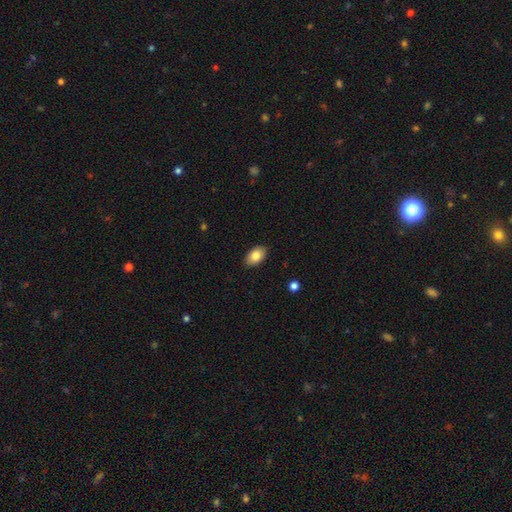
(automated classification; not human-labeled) Smooth or featured? Predicted: smooth (p=0.83). How rounded? Predicted: in between (p=0.92). Merging? Predicted: none (p=0.89).